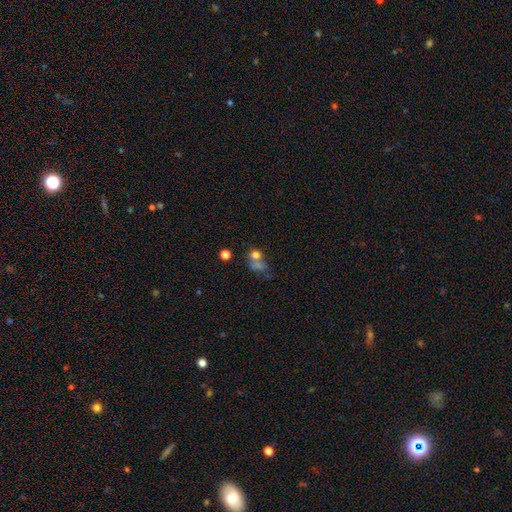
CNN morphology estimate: type=smooth (66%); roundness=round (58%); merging=merger (48%).